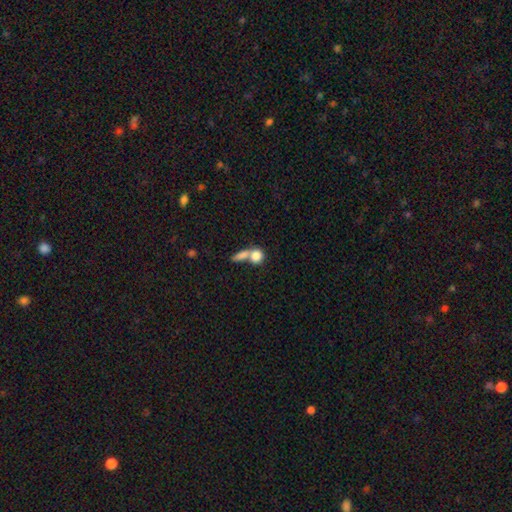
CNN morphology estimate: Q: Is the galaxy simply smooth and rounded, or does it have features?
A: smooth — 81%.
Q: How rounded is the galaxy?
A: round — 65%.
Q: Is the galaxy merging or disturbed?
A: merger — 51%.